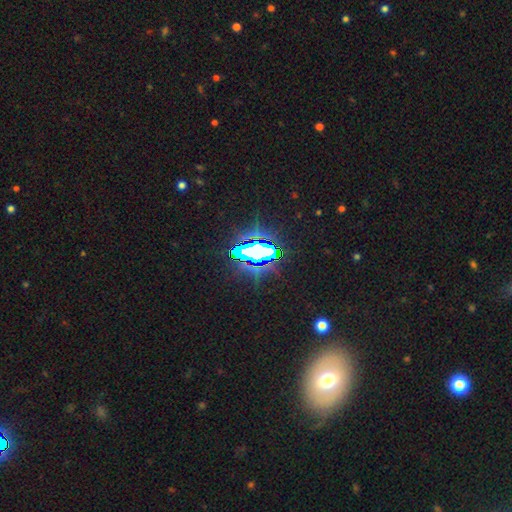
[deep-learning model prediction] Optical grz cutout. It shows a star or artifact, not a galaxy (73%).